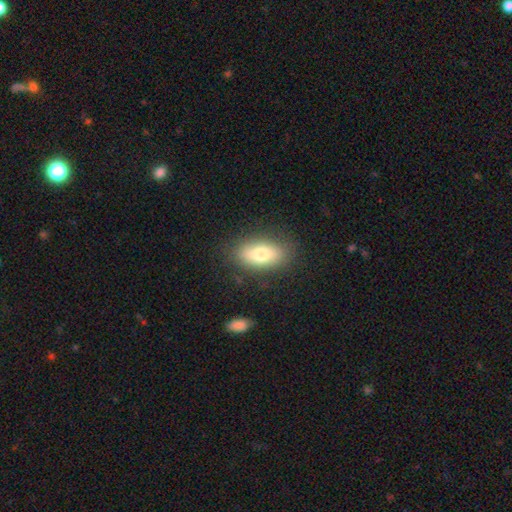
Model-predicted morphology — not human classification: Overall: smooth (76%). How rounded: in between (85%). Merging: none (82%).